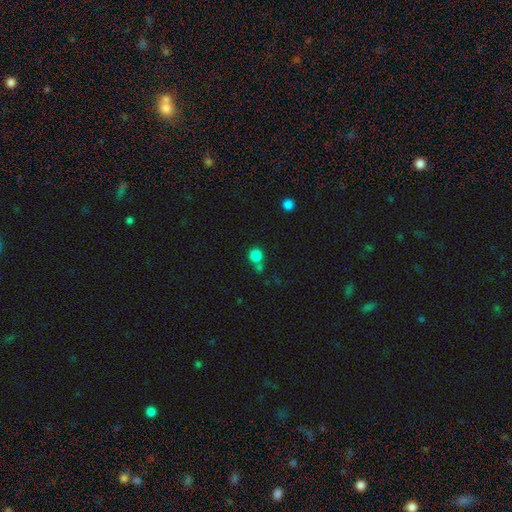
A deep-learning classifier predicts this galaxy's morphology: smooth_or_featured: smooth (p=0.82) [alt: star or artifact p=0.12]
how_rounded: round (p=0.90) [alt: in between p=0.09]
merging: none (p=0.59) [alt: merger p=0.28]